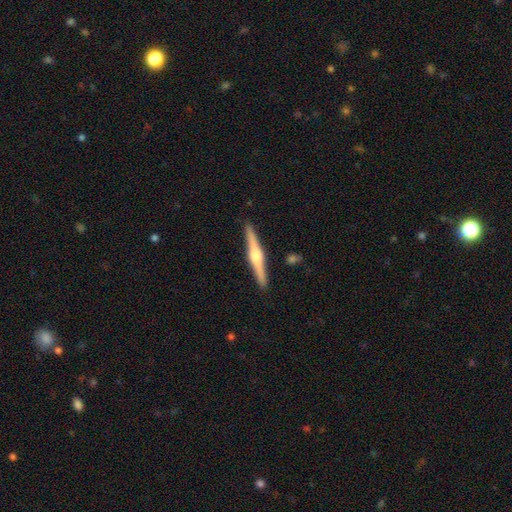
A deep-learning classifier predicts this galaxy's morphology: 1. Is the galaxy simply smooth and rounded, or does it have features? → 78% featured or disk, 18% smooth, 5% star or artifact.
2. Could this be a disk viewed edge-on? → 98% yes, 2% no.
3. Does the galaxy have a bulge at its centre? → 87% rounded, 10% boxy, 4% none.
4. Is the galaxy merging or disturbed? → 91% none, 6% minor disturbance, 1% major disturbance, 1% merger.